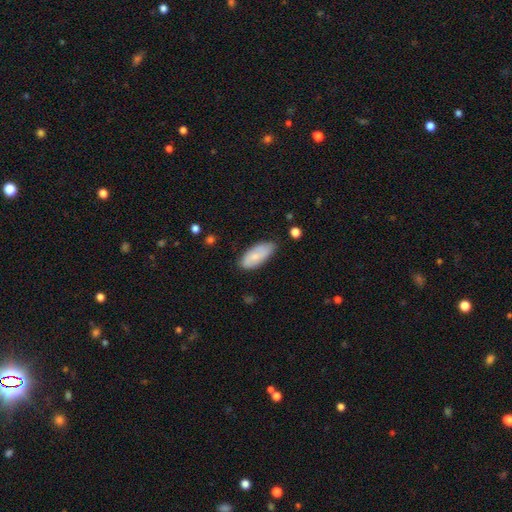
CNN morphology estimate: type=smooth (71%); roundness=in between (86%); merging=none (73%).